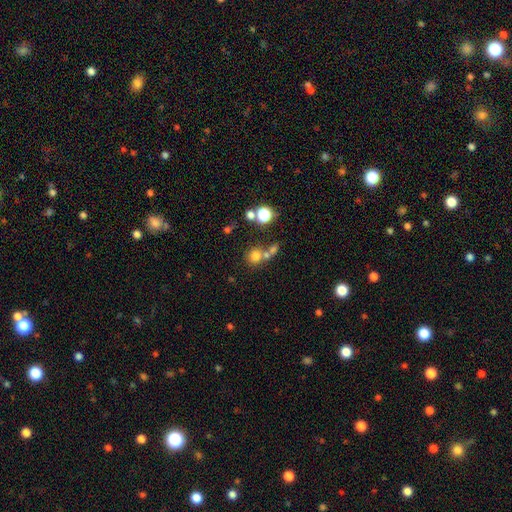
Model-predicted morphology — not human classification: smooth_or_featured: smooth (p=0.71) [alt: star or artifact p=0.18]
how_rounded: round (p=0.86) [alt: in between p=0.13]
merging: none (p=0.54) [alt: merger p=0.33]